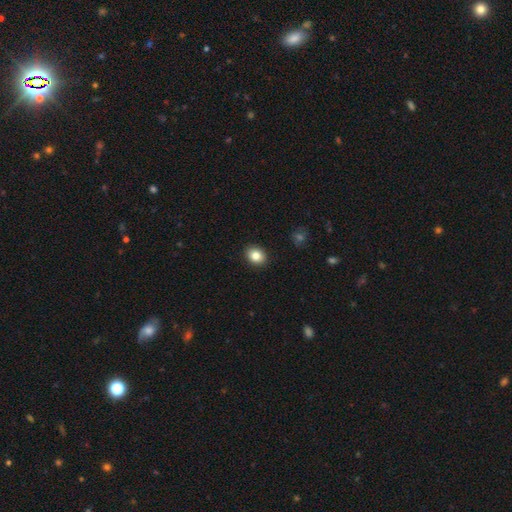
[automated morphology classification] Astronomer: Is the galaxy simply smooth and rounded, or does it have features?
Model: smooth — 84%.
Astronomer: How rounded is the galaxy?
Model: round — 52% (runner-up: in between, 47%).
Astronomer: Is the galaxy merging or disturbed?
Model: none — 91%.